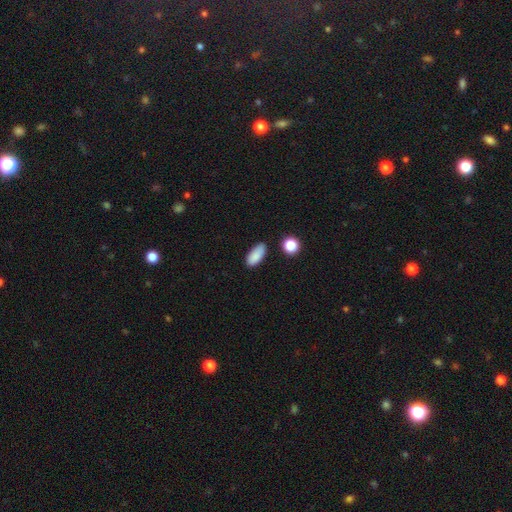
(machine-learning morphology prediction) Smooth or featured: smooth — 87% (star or artifact — 8%)
How rounded: in between — 87% (cigar-shaped — 9%)
Merging: none — 79% (minor disturbance — 15%)